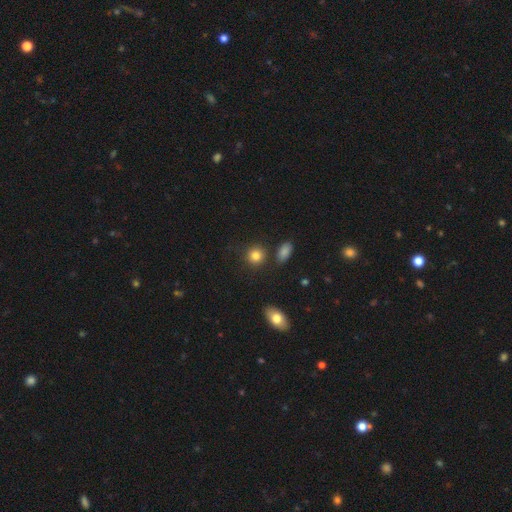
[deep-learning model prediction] Smooth or featured: smooth — 83% (star or artifact — 10%)
How rounded: round — 85% (in between — 13%)
Merging: none — 81% (minor disturbance — 10%)